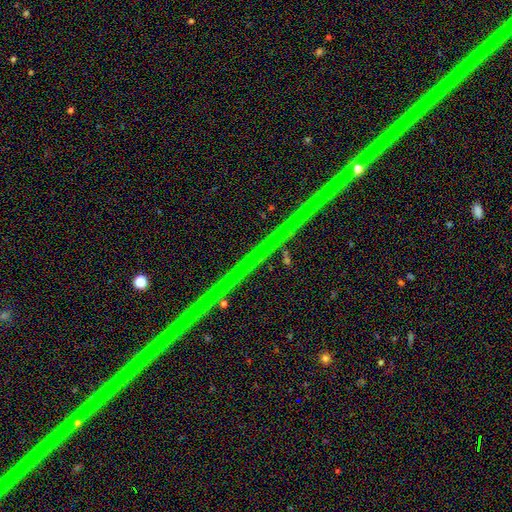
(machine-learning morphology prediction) star or artifact 88%, featured or disk 8%, smooth 4%.